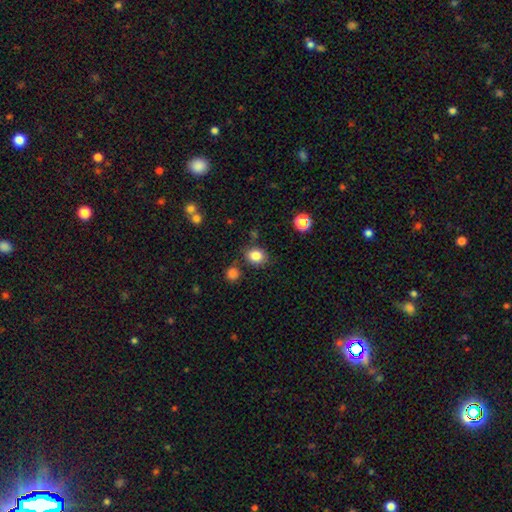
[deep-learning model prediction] smooth-or-featured: smooth: 84% | star or artifact: 10% | featured or disk: 6%
  how-rounded: round: 51% | in between: 48% | cigar-shaped: 1%
  merging: none: 79% | minor disturbance: 12% | merger: 5% | major disturbance: 4%